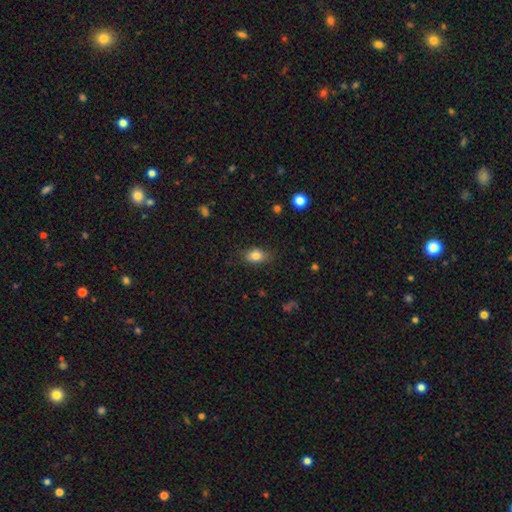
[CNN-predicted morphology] The model was most divided on "how rounded": in between: 79%, round: 19%, cigar-shaped: 2%. More confident: smooth or featured — smooth (82%); merging — none (80%).